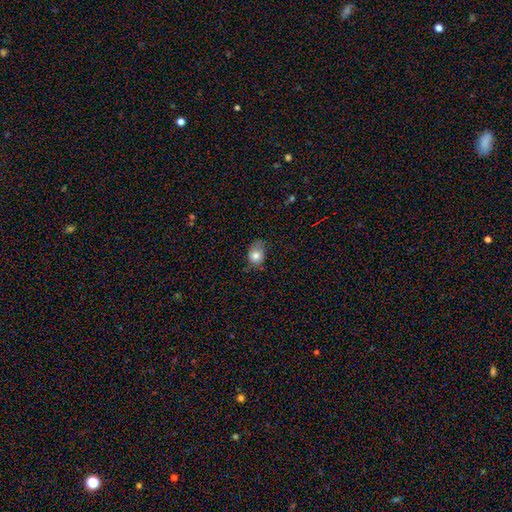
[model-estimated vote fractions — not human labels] Morphology: type=smooth (80%); roundness=in between (56%); merging=none (54%).